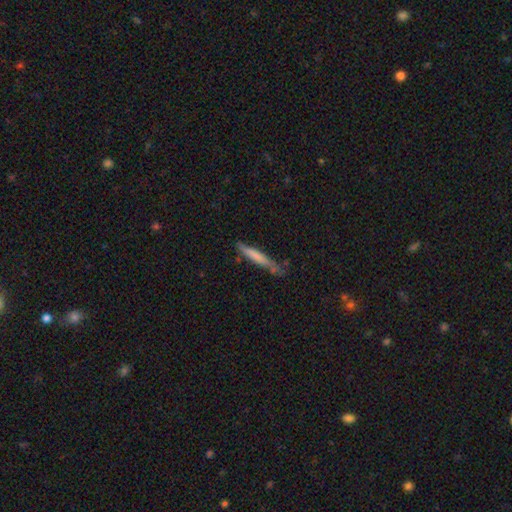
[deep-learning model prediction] Morphology: type=smooth (67%); roundness=cigar-shaped (94%); merging=none (67%).